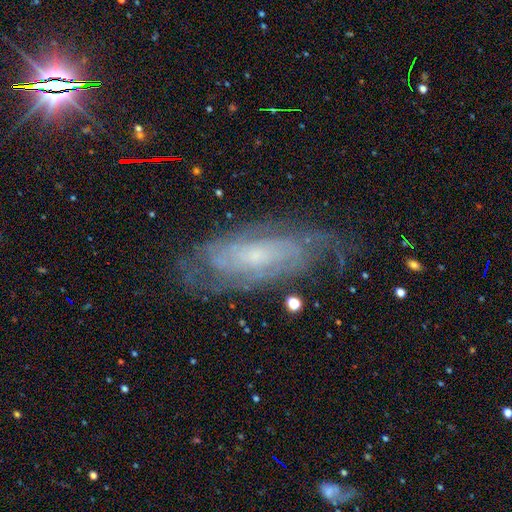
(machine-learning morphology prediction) Smooth or featured? Predicted: featured or disk (p=0.77). Edge-on disk? Predicted: no (p=0.89). Bar? Predicted: no (p=0.69). Spiral arms? Predicted: yes (p=0.92). Spiral winding? Predicted: tight (p=0.65). Spiral arm count? Predicted: can't tell (p=0.52). Bulge size? Predicted: small (p=0.70). Merging? Predicted: none (p=0.73).